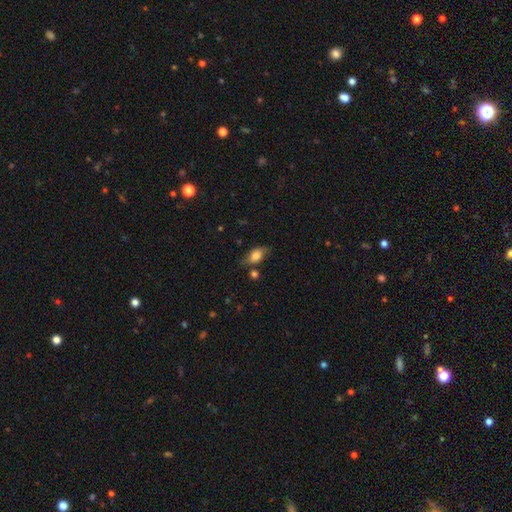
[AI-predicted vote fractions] Morphology: type=smooth (74%); roundness=in between (83%); merging=none (62%).